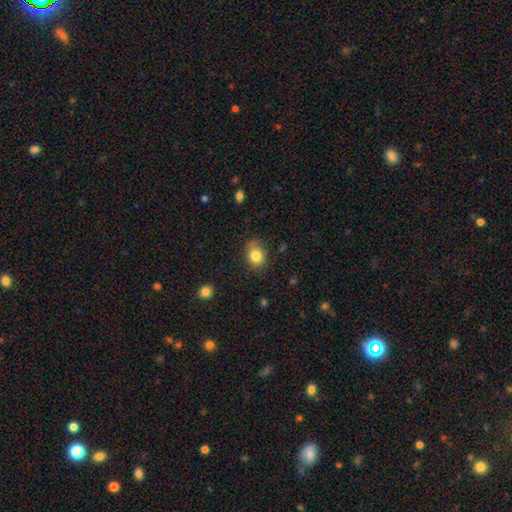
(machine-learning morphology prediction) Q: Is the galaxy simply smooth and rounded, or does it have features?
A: smooth — 82%.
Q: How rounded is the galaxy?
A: in between — 56%.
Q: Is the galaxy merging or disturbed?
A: none — 72%.